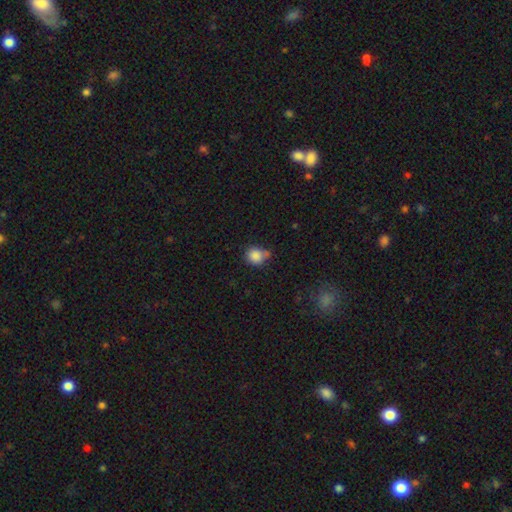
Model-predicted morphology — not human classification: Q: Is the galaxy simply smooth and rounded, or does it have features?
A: smooth — 86%.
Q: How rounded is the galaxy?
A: round — 81%.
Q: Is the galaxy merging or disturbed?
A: none — 56%.